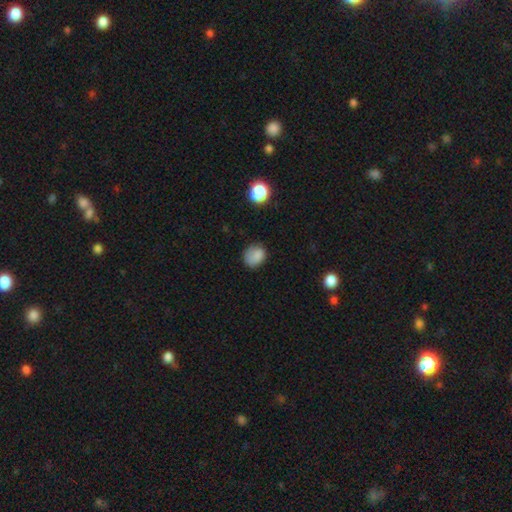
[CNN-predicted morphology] The model was most divided on "how rounded": round: 60%, in between: 39%, cigar-shaped: 1%. More confident: smooth or featured — smooth (83%); merging — none (68%).